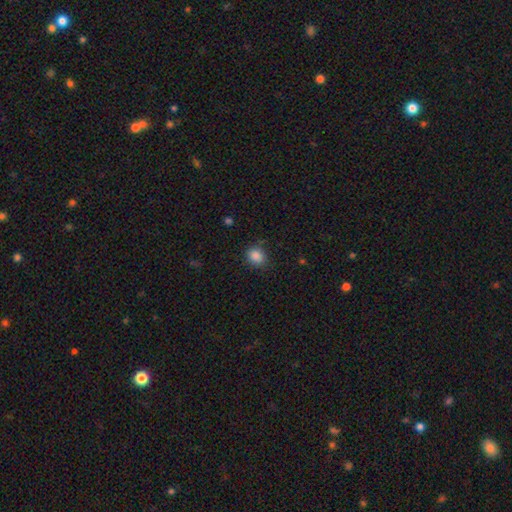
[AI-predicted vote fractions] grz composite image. It shows a smooth galaxy with no disk features (86%) that is round (71%). Merging: none (83%).